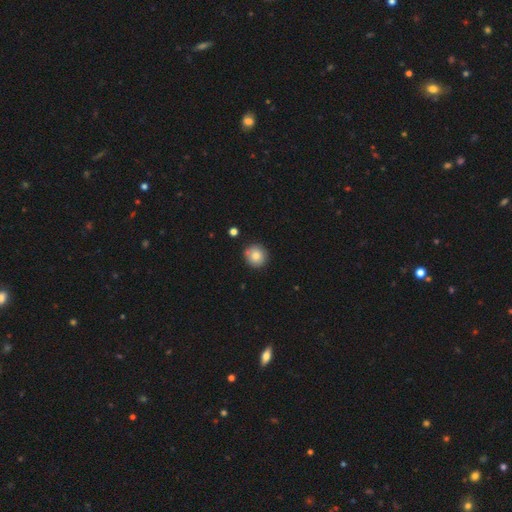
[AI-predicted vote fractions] Q: Smooth or featured?
A: smooth (80%); runner-up: featured or disk (11%)
Q: How rounded?
A: round (93%); runner-up: in between (6%)
Q: Merging?
A: none (85%); runner-up: minor disturbance (10%)